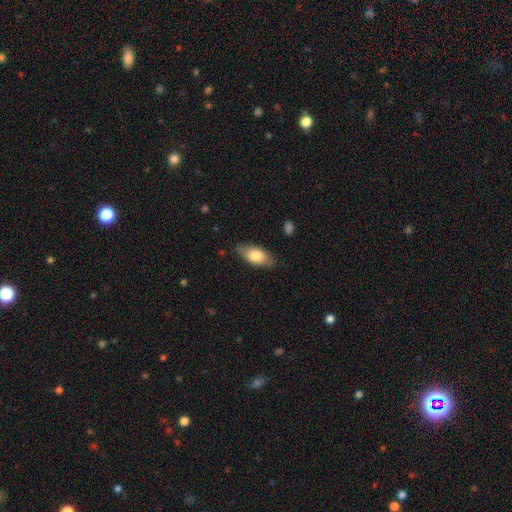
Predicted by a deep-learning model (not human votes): This is likely a smooth galaxy (76%). How rounded: clearly in between (88%). Merging: likely none (80%).